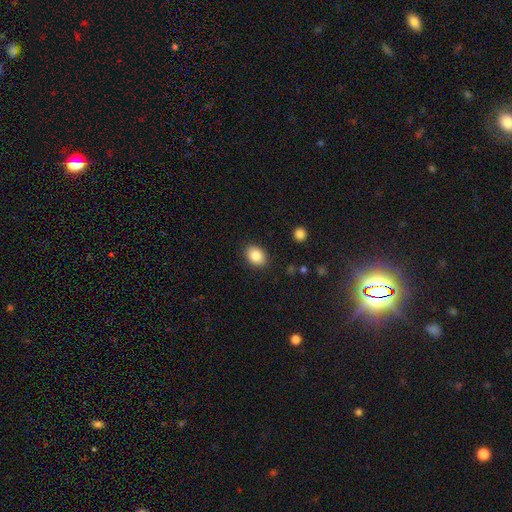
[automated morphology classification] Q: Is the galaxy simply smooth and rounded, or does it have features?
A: smooth — 86%.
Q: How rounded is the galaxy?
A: in between — 67%.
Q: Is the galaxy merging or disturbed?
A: none — 88%.